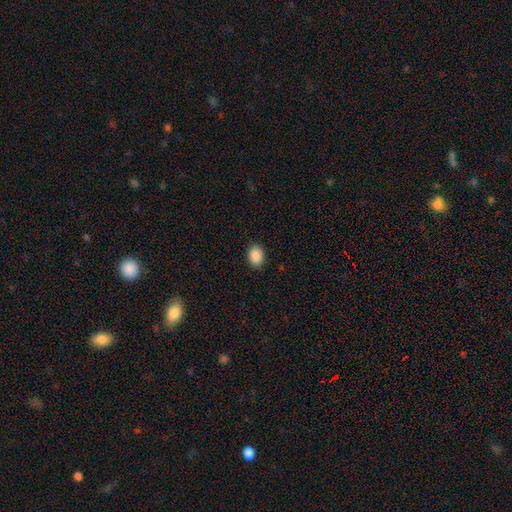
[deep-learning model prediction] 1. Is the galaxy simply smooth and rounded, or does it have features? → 90% smooth, 8% star or artifact, 3% featured or disk.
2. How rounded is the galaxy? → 71% in between, 28% round, 1% cigar-shaped.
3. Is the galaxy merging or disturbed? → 89% none, 8% minor disturbance, 2% major disturbance, 1% merger.